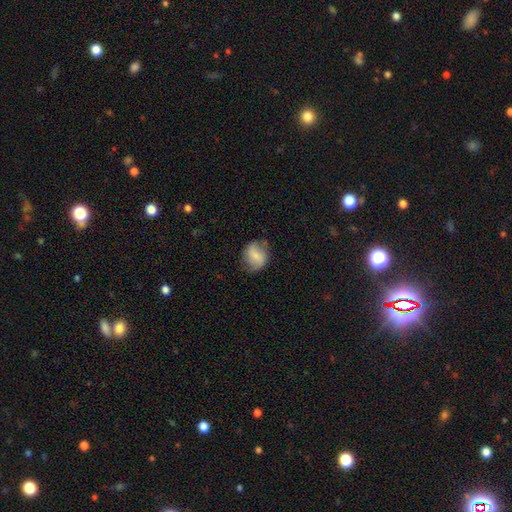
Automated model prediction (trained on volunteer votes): This is possibly a smooth galaxy (52%). How rounded: likely round (61%). Merging: likely none (66%).